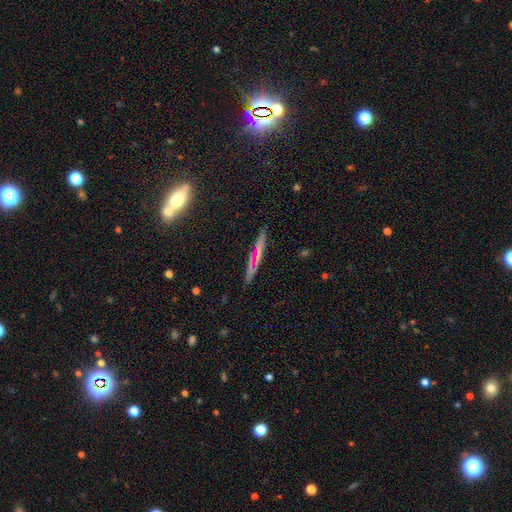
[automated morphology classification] This appears to be a featured or disk galaxy (45%). Merging: none (84%).